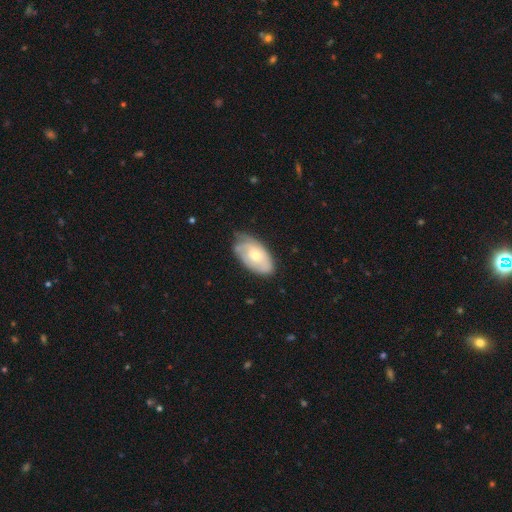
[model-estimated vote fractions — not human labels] Q: Smooth or featured?
A: featured or disk (50%); runner-up: smooth (45%)
Q: Merging?
A: none (57%); runner-up: minor disturbance (33%)